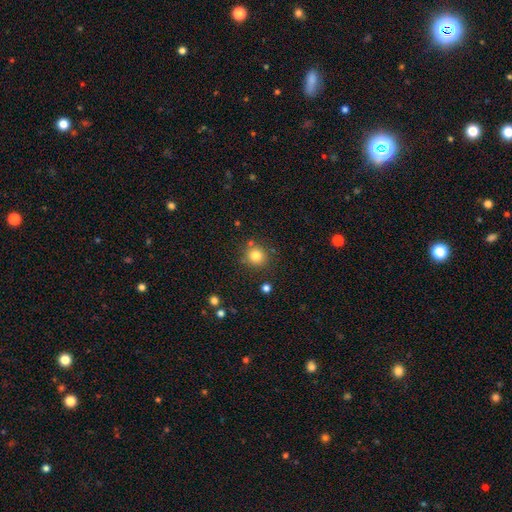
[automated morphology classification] A smooth galaxy with no disk features (81%) that is round (91%).

Vote fractions:
- Smooth or featured? smooth: 81% / star or artifact: 12% / featured or disk: 7%
- How rounded? round: 91% / in between: 8% / cigar-shaped: 1%
- Merging? none: 82% / minor disturbance: 9% / merger: 6% / major disturbance: 3%